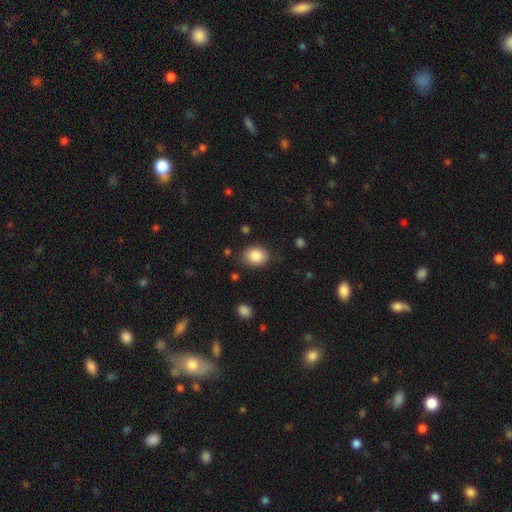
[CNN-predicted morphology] Smooth or featured?
  - smooth: 87% *
  - star or artifact: 8%
  - featured or disk: 5%
How rounded?
  - in between: 53% *
  - round: 46%
  - cigar-shaped: 1%
Merging?
  - none: 81% *
  - minor disturbance: 14%
  - major disturbance: 4%
  - merger: 2%